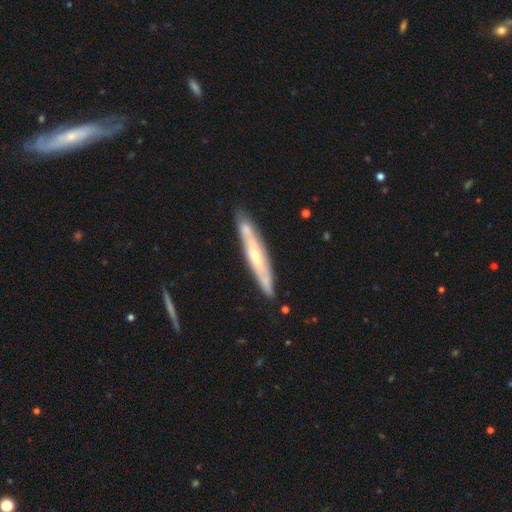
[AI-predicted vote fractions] Smooth or featured? Predicted: featured or disk (p=0.66). Edge-on disk? Predicted: yes (p=0.67). Merging? Predicted: none (p=0.81).